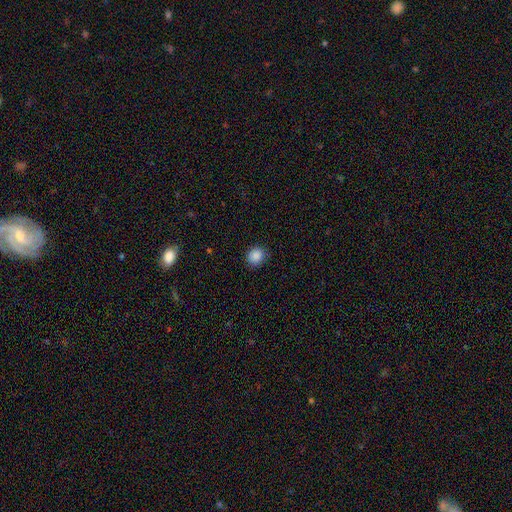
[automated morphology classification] This appears to be a smooth galaxy with no disk features (87%) that is round (78%). Merging: none (84%).